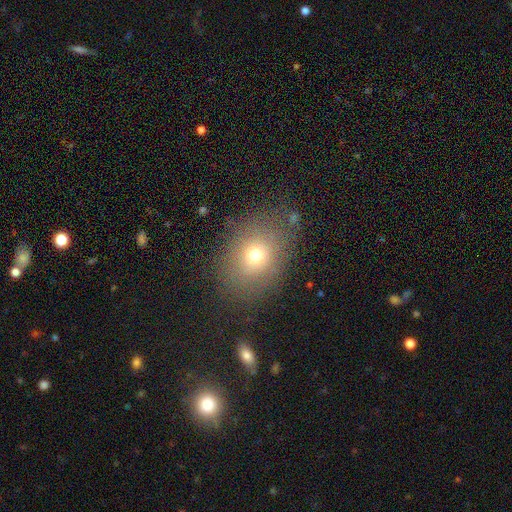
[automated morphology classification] smooth_or_featured: smooth (p=0.69) [alt: star or artifact p=0.16]
how_rounded: in between (p=0.58) [alt: round p=0.41]
merging: none (p=0.77) [alt: minor disturbance p=0.14]